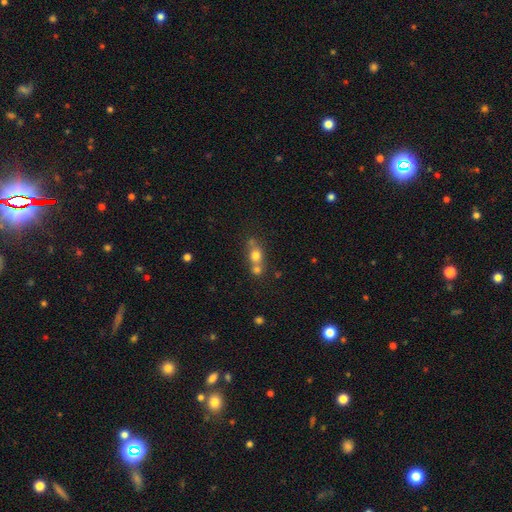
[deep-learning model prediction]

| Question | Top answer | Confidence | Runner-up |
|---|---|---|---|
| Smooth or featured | smooth | 71% | featured or disk (16%) |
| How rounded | round | 64% | in between (32%) |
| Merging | merger | 52% | none (37%) |